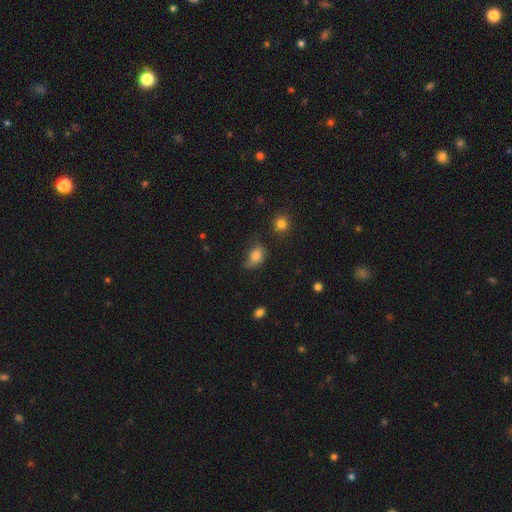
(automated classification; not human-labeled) Morphology: type=smooth (78%); roundness=in between (72%); merging=minor disturbance (40%).